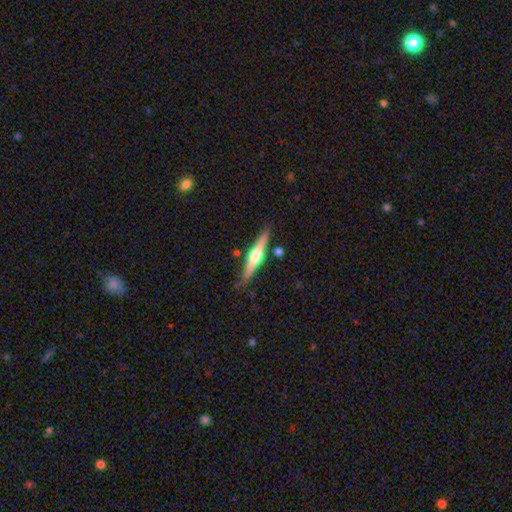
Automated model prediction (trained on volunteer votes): Overall: featured or disk (72%). Edge-on disk: yes (98%). Edge-on bulge: rounded (94%). Merging: none (83%).